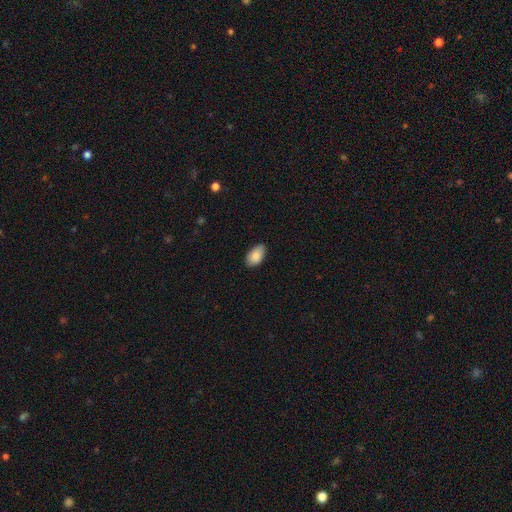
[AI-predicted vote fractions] A smooth galaxy with no disk features (88%) that is in between round and cigar-shaped (94%). Merging: none (82%).